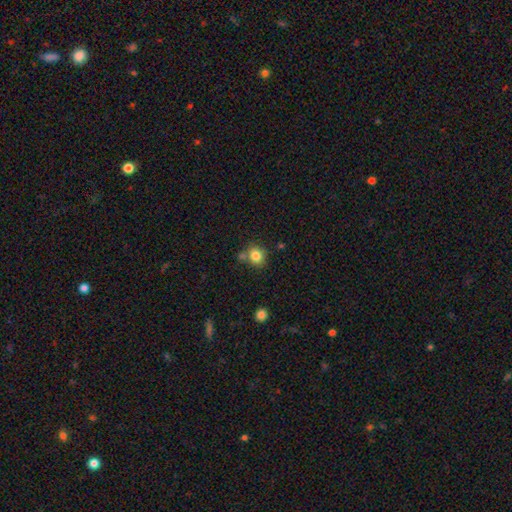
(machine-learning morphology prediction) Smooth or featured? Predicted: smooth (p=0.83). How rounded? Predicted: round (p=0.79). Merging? Predicted: none (p=0.67).